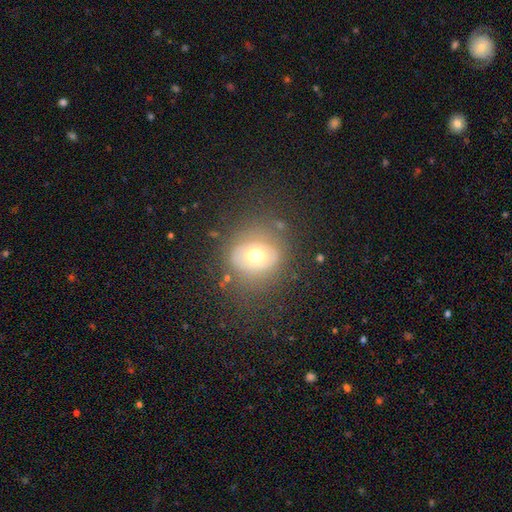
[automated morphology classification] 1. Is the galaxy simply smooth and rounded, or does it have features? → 49% smooth, 39% featured or disk, 12% star or artifact.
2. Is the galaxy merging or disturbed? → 68% none, 18% minor disturbance, 12% major disturbance, 2% merger.